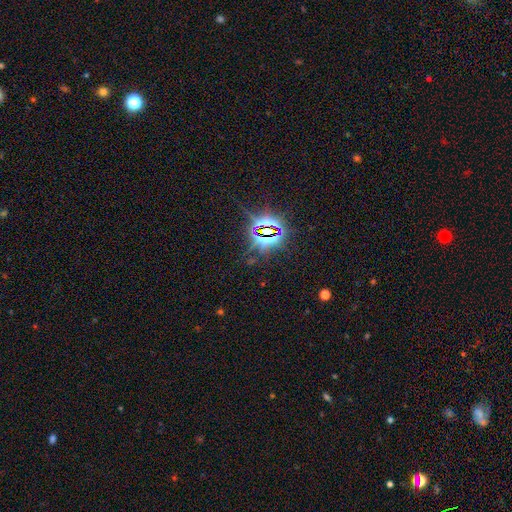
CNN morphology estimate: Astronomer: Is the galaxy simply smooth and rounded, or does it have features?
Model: star or artifact — 84%.